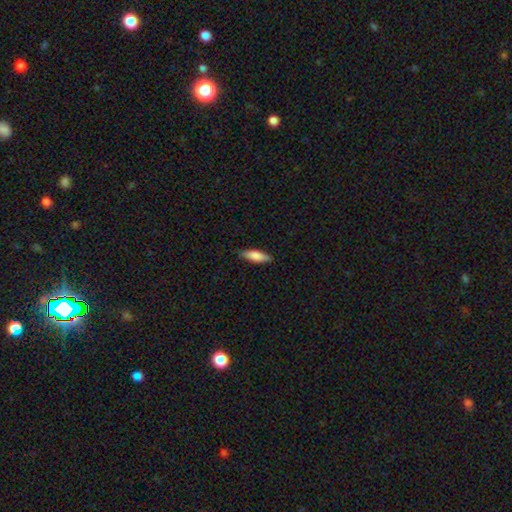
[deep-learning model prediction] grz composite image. It shows a smooth galaxy with no disk features (79%) that is cigar-shaped (49%, tied with in between). Merging: none (87%).